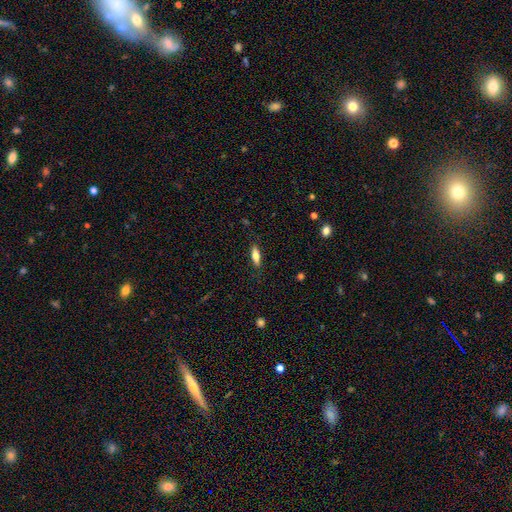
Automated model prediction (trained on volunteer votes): Smooth or featured? smooth (73%)
How rounded? in between (52%)
Merging? none (85%)